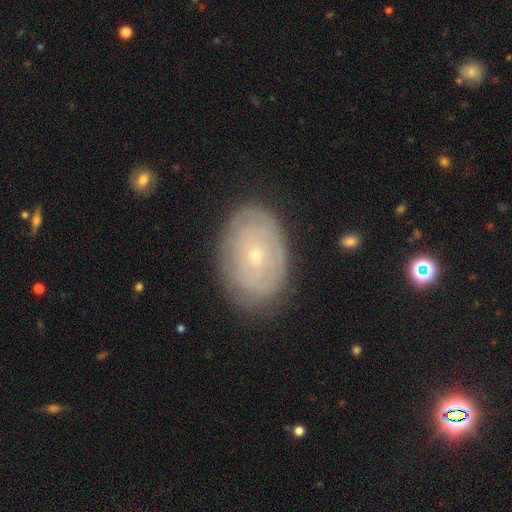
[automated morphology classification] The model was most divided on "spiral arms": yes: 61%, no: 39%. More confident: edge-on disk — no (94%); bar — no (86%); merging — none (81%); bulge size — small (76%); smooth or featured — featured or disk (61%).